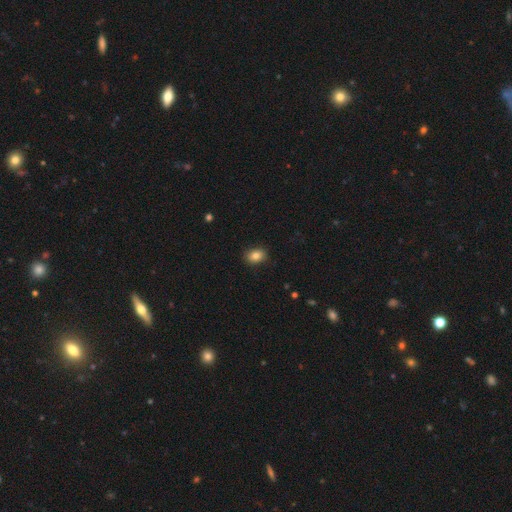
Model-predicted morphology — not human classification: type=smooth (84%); roundness=in between (67%); merging=none (88%).